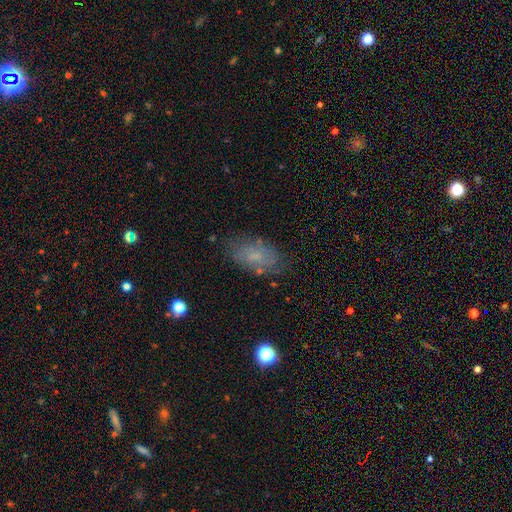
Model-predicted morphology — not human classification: type=smooth (57%); roundness=in between (91%); merging=none (75%).